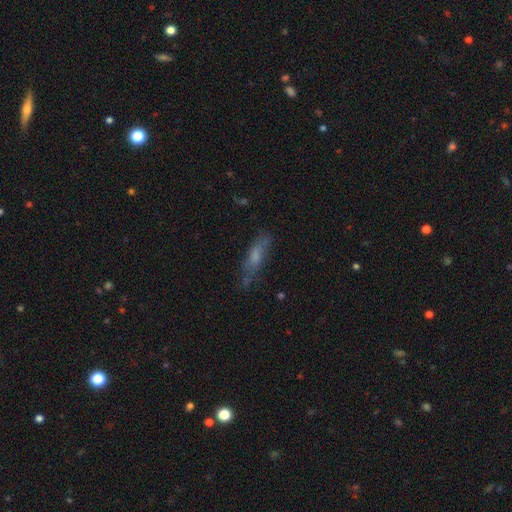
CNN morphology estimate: A smooth galaxy with no disk features (56%) that is cigar-shaped (64%).

Vote fractions:
- Smooth or featured? smooth: 56% / featured or disk: 34% / star or artifact: 10%
- How rounded? cigar-shaped: 64% / in between: 34% / round: 2%
- Merging? none: 62% / minor disturbance: 23% / major disturbance: 10% / merger: 4%